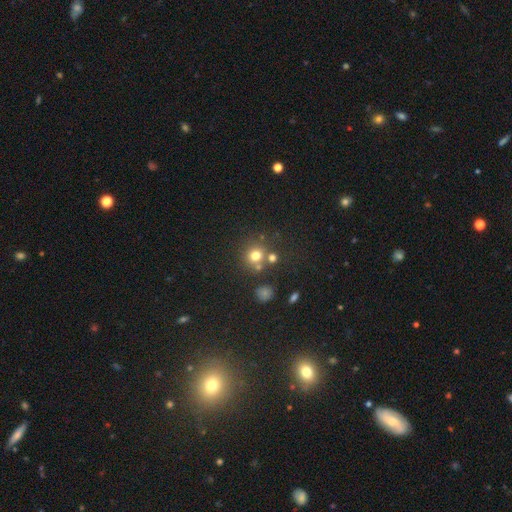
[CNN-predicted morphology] A smooth galaxy with no disk features (72%) that is round (88%).

Vote fractions:
- Smooth or featured? smooth: 72% / star or artifact: 18% / featured or disk: 10%
- How rounded? round: 88% / in between: 11% / cigar-shaped: 1%
- Merging? none: 67% / merger: 20% / minor disturbance: 10% / major disturbance: 4%